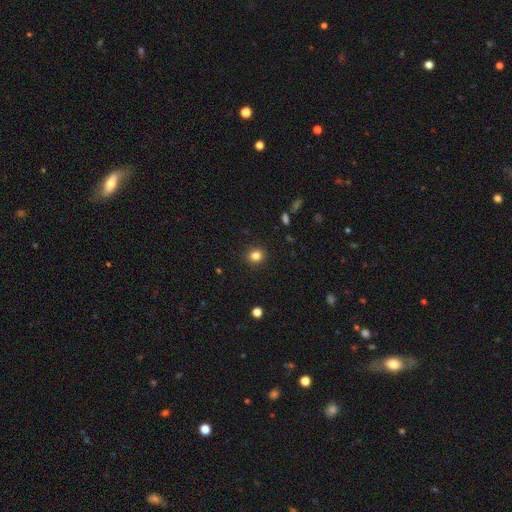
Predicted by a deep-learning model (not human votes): A smooth galaxy with no disk features (82%) that is round (85%).

Vote fractions:
- Smooth or featured? smooth: 82% / star or artifact: 12% / featured or disk: 5%
- How rounded? round: 85% / in between: 14% / cigar-shaped: 1%
- Merging? none: 91% / minor disturbance: 6% / major disturbance: 2% / merger: 1%